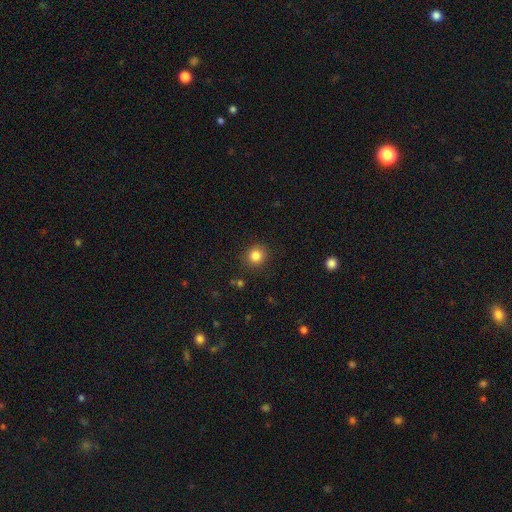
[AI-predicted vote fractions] Smooth or featured: smooth — 84% (star or artifact — 11%)
How rounded: round — 88% (in between — 11%)
Merging: none — 90% (minor disturbance — 7%)